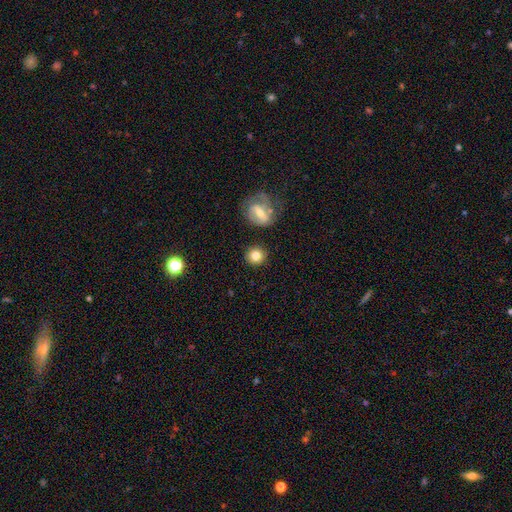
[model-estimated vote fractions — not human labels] The model was most divided on "smooth or featured": smooth: 79%, featured or disk: 11%, star or artifact: 10%. More confident: how rounded — round (89%); merging — none (85%).